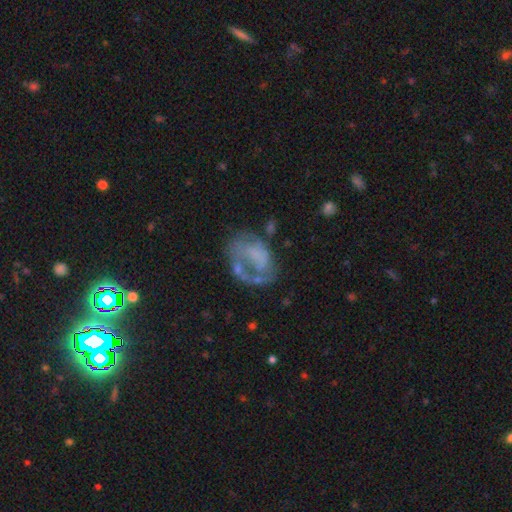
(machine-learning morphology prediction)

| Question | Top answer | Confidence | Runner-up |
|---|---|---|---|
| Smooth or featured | featured or disk | 57% | smooth (32%) |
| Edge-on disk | no | 98% | yes (2%) |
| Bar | no | 81% | weak (15%) |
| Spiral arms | no | 60% | yes (40%) |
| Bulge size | none | 67% | small (13%) |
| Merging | major disturbance | 37% | none (35%) |